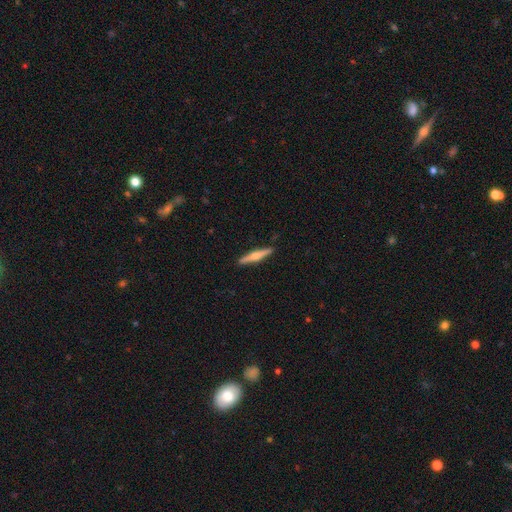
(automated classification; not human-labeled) featured or disk 62%, smooth 32%, star or artifact 5%. Down the decision tree: edge-on disk — yes (98%); edge-on bulge — rounded (86%); merging — none (91%).